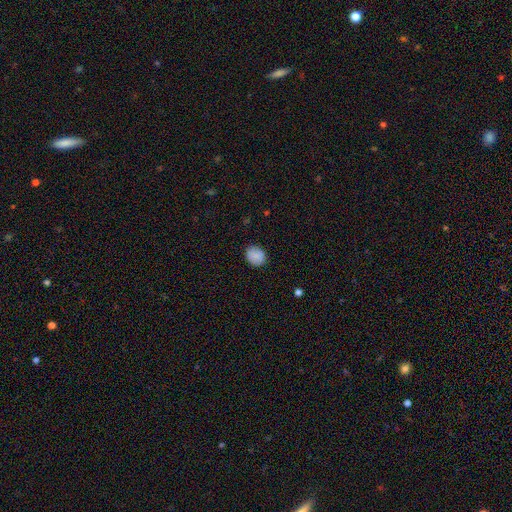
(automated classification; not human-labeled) smooth_or_featured: smooth (p=0.82) [alt: featured or disk p=0.10]
how_rounded: round (p=0.70) [alt: in between p=0.29]
merging: none (p=0.86) [alt: minor disturbance p=0.10]